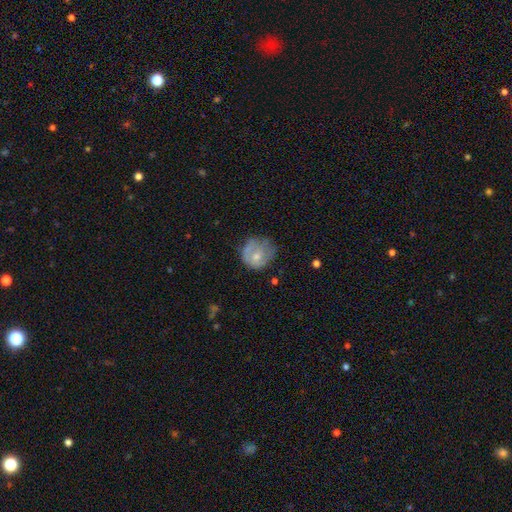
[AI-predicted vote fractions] This appears to be a smooth galaxy with no disk features (52%) that is round (77%). Merging: none (47%).